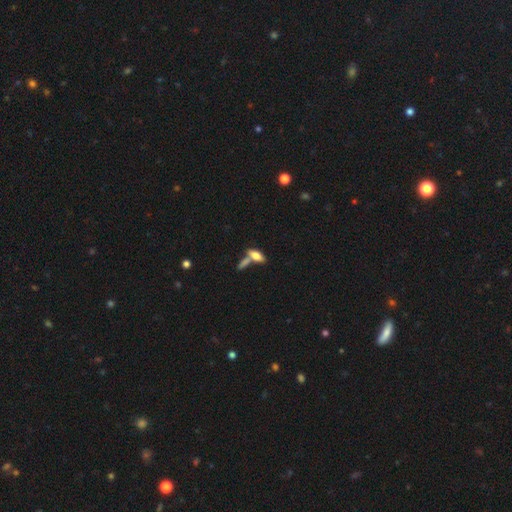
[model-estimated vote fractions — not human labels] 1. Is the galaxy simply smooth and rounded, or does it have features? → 70% smooth, 22% featured or disk, 8% star or artifact.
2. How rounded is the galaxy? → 76% in between, 21% cigar-shaped, 3% round.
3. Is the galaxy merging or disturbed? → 43% none, 40% merger, 11% minor disturbance, 5% major disturbance.